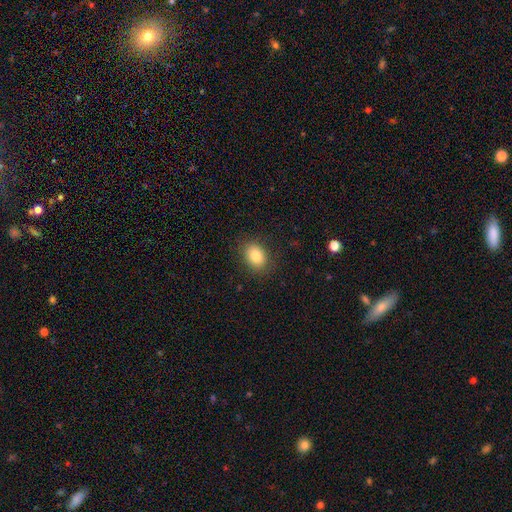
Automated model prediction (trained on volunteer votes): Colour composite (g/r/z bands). It shows a smooth galaxy with no disk features (85%) that is in between round and cigar-shaped (70%). Merging: none (87%).